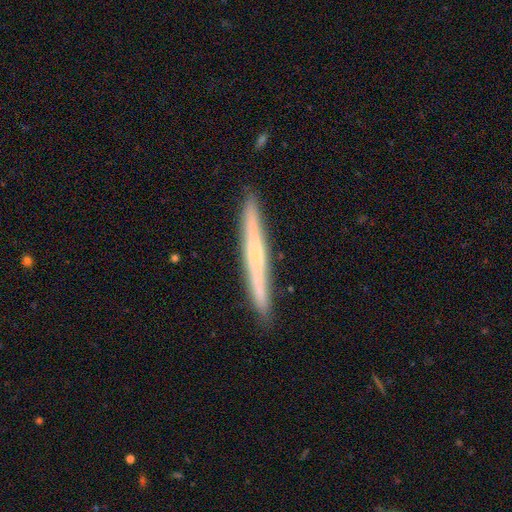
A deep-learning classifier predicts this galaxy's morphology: This is possibly a featured or disk galaxy (49%). Merging: clearly none (90%).